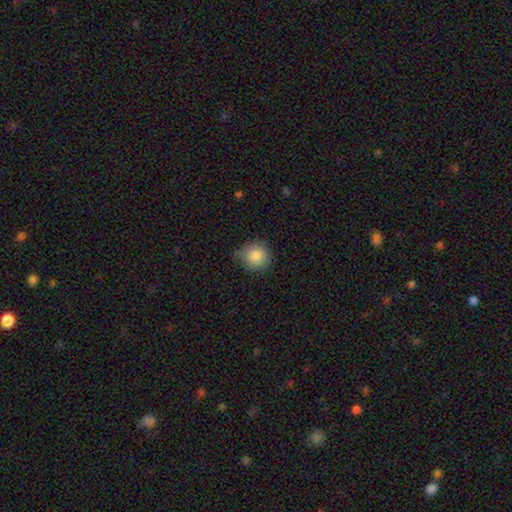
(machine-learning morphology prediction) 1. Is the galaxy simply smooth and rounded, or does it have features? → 85% smooth, 9% star or artifact, 7% featured or disk.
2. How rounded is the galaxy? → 85% round, 14% in between, 1% cigar-shaped.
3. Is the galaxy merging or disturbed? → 65% none, 29% minor disturbance, 5% major disturbance, 1% merger.